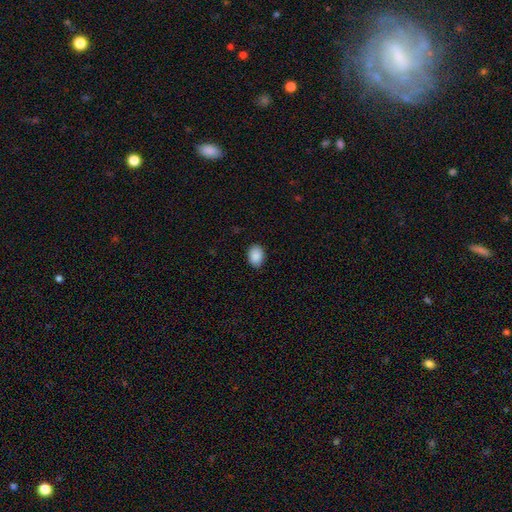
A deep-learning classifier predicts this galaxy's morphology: smooth-or-featured: smooth: 90% | star or artifact: 7% | featured or disk: 3%
  how-rounded: in between: 79% | round: 20% | cigar-shaped: 1%
  merging: none: 88% | minor disturbance: 9% | major disturbance: 2% | merger: 1%